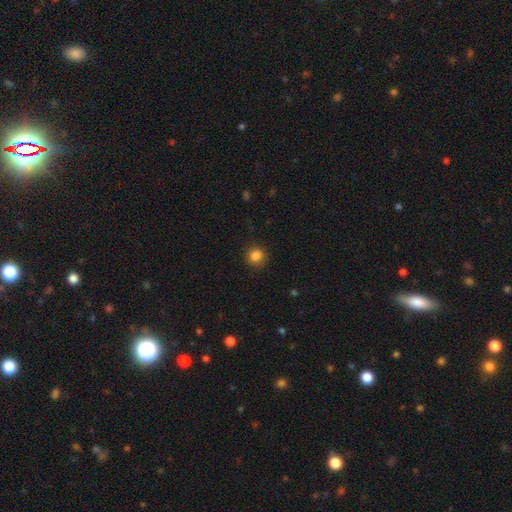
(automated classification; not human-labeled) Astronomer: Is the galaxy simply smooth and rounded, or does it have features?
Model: smooth — 85%.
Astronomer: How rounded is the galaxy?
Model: round — 88%.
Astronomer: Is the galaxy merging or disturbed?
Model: none — 88%.